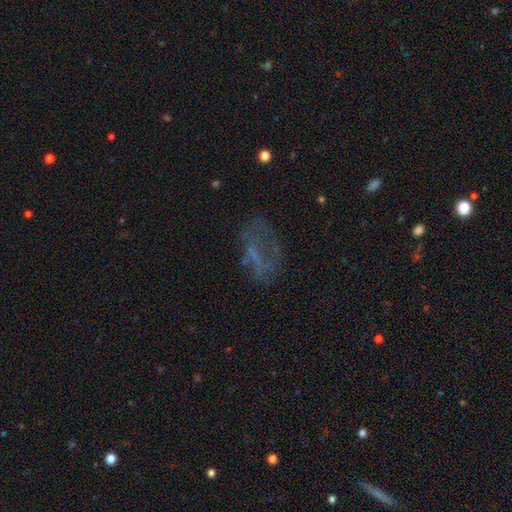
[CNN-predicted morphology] smooth-or-featured: featured or disk: 43% | smooth: 35% | star or artifact: 21%
  merging: none: 50% | major disturbance: 27% | minor disturbance: 20% | merger: 3%